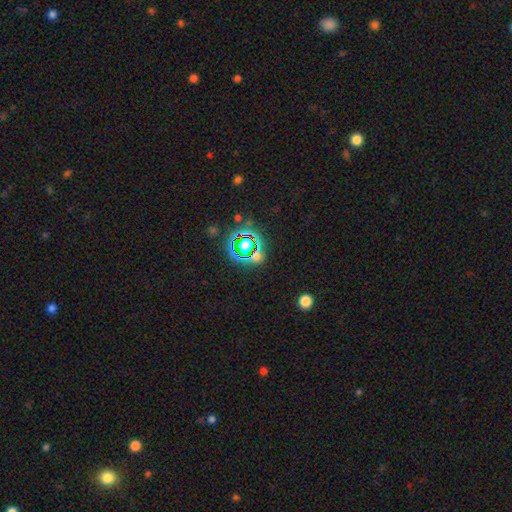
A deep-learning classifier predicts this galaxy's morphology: A star or artifact, not a galaxy (65%).

Vote fractions:
- Smooth or featured? star or artifact: 65% / smooth: 26% / featured or disk: 10%